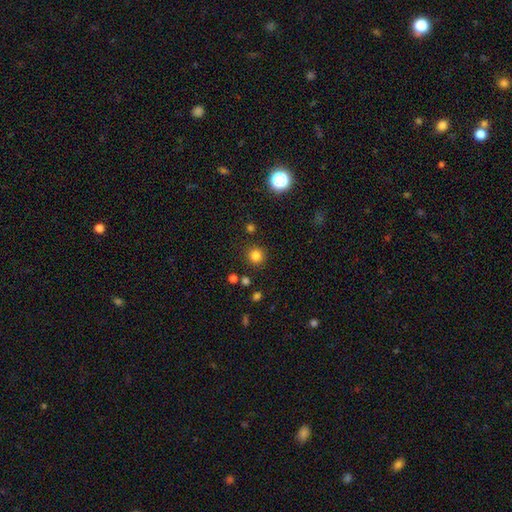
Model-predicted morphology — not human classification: Q: Smooth or featured?
A: smooth (81%); runner-up: star or artifact (14%)
Q: How rounded?
A: round (93%); runner-up: in between (6%)
Q: Merging?
A: none (89%); runner-up: minor disturbance (6%)